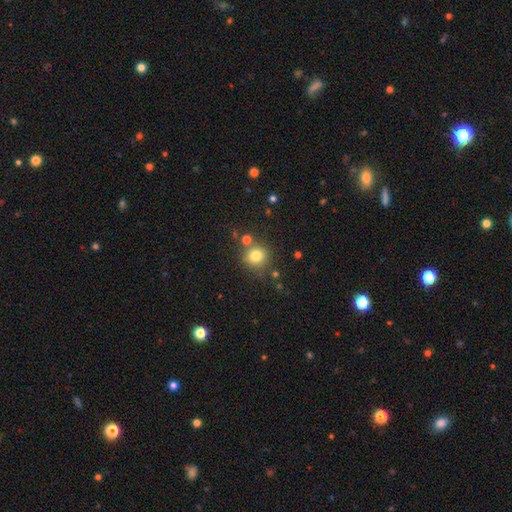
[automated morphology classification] smooth 78%, star or artifact 13%, featured or disk 8%. Down the decision tree: how rounded — round (90%); merging — none (75%).